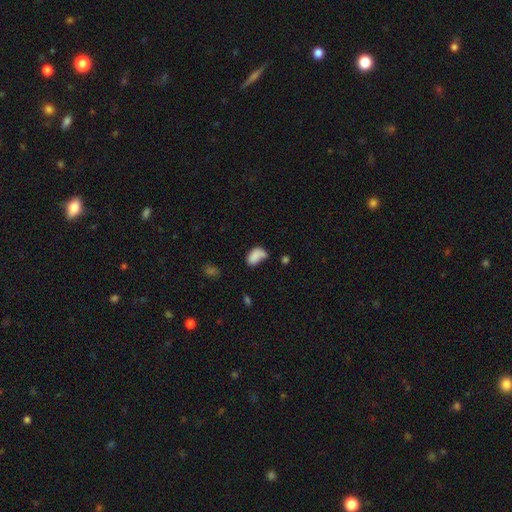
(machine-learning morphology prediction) Smooth or featured?
  - smooth: 80% *
  - featured or disk: 11%
  - star or artifact: 9%
How rounded?
  - in between: 90% *
  - round: 8%
  - cigar-shaped: 2%
Merging?
  - none: 38% *
  - minor disturbance: 29%
  - major disturbance: 19%
  - merger: 14%